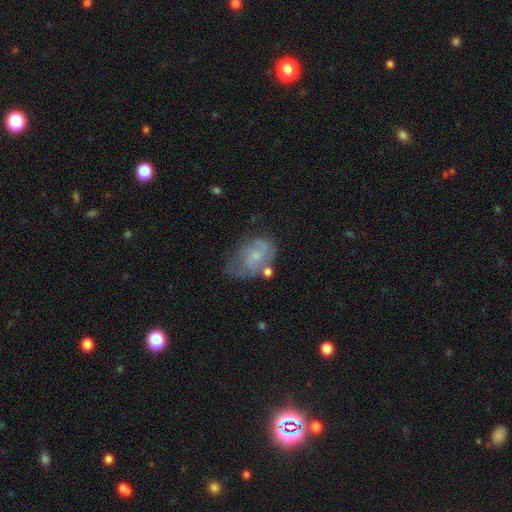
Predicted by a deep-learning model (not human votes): A featured or disk galaxy (59%) with no bar (65%), spiral arms (72%) and a small central bulge (60%). Merging: none (45%).